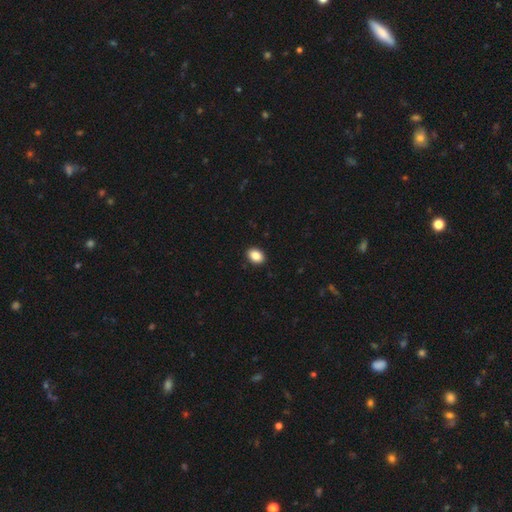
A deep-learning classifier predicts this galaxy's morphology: smooth 87%, star or artifact 8%, featured or disk 4%. Down the decision tree: how rounded — in between (73%); merging — none (91%).